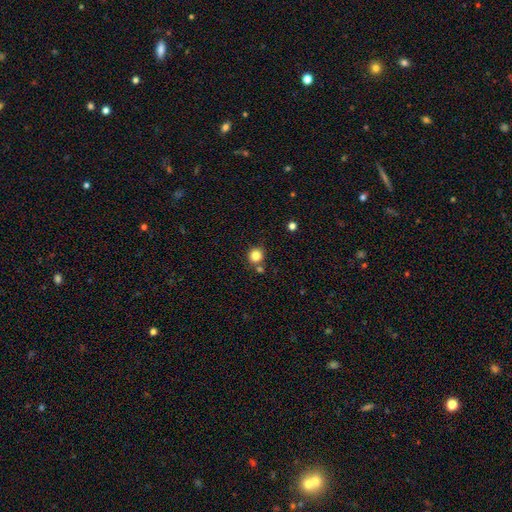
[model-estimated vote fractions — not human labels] smooth 83%, star or artifact 11%, featured or disk 5%. Down the decision tree: how rounded — round (90%); merging — none (75%).